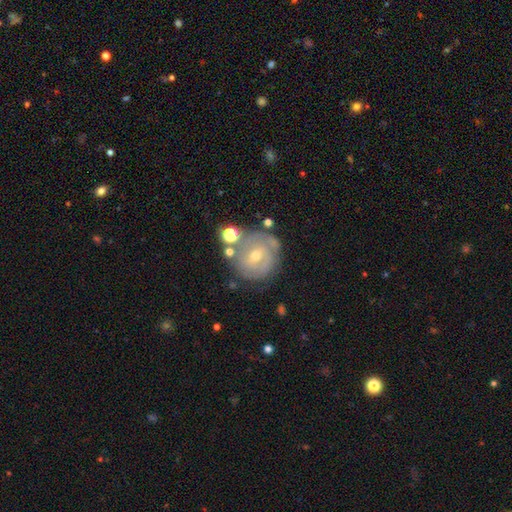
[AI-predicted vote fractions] This is likely a featured or disk galaxy (71%). It is clearly not viewed edge-on (97%). Bar: possibly no (50%). Spiral arm pattern: clearly yes (81%). Spiral arm count: marginally can't tell (44%). Spiral winding: likely tight (71%). Central bulge: possibly small (52%). Merging: likely none (66%).